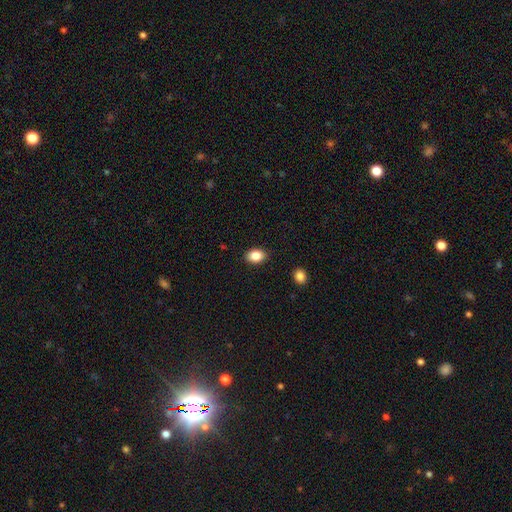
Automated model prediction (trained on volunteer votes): Morphology: type=smooth (86%); roundness=in between (77%); merging=none (88%).